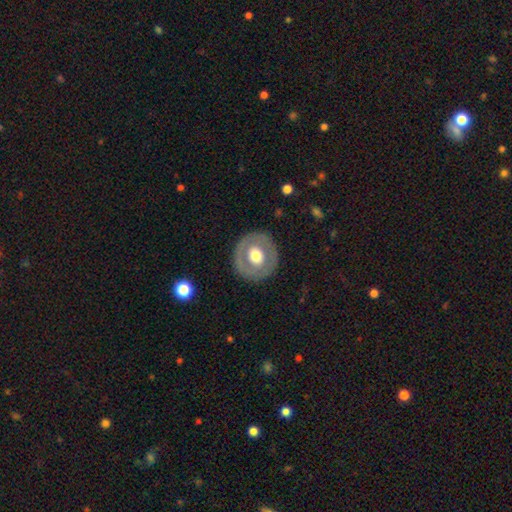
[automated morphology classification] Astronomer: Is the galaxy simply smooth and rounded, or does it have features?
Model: featured or disk — 48% (runner-up: smooth, 46%).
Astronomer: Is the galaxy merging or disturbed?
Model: none — 86%.